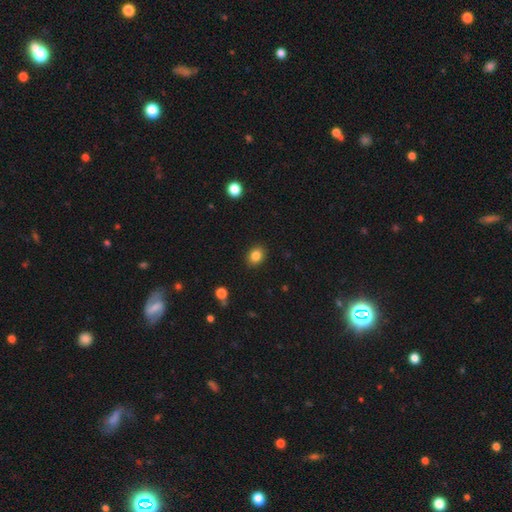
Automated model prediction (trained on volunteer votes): Smooth or featured?
  - smooth: 84% *
  - star or artifact: 10%
  - featured or disk: 6%
How rounded?
  - in between: 52% *
  - round: 47%
  - cigar-shaped: 1%
Merging?
  - none: 89% *
  - minor disturbance: 8%
  - major disturbance: 2%
  - merger: 1%